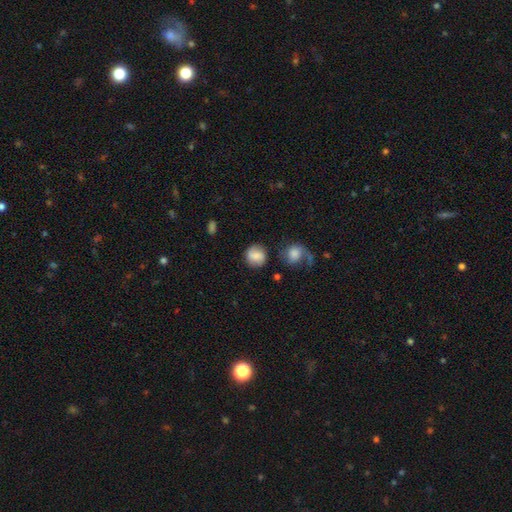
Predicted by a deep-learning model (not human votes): Morphology: type=smooth (66%); roundness=round (85%); merging=none (72%).